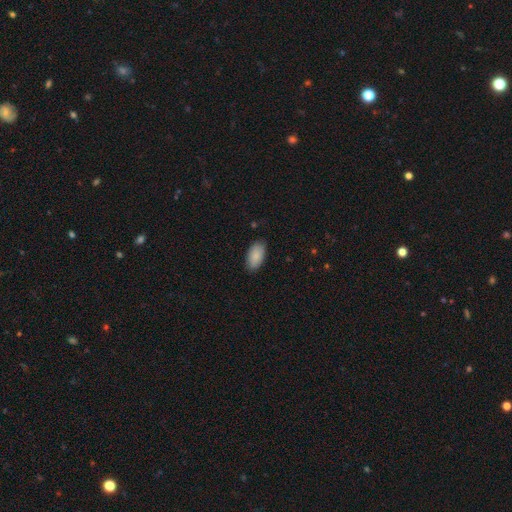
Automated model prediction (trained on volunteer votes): Smooth or featured: smooth — 88% (featured or disk — 6%)
How rounded: in between — 94% (cigar-shaped — 3%)
Merging: none — 86% (minor disturbance — 11%)